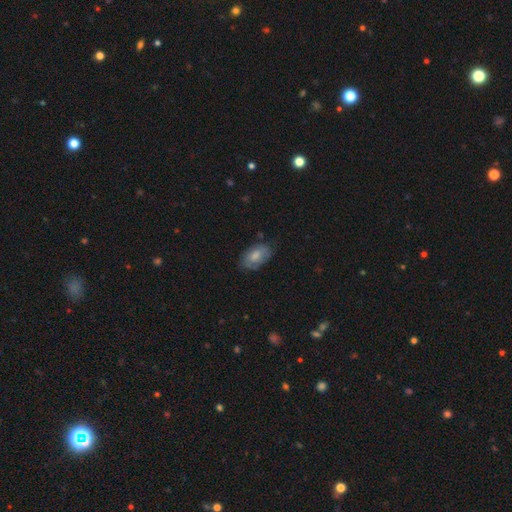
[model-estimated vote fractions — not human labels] This is likely a smooth galaxy (70%). How rounded: clearly in between (93%). Merging: likely none (70%).